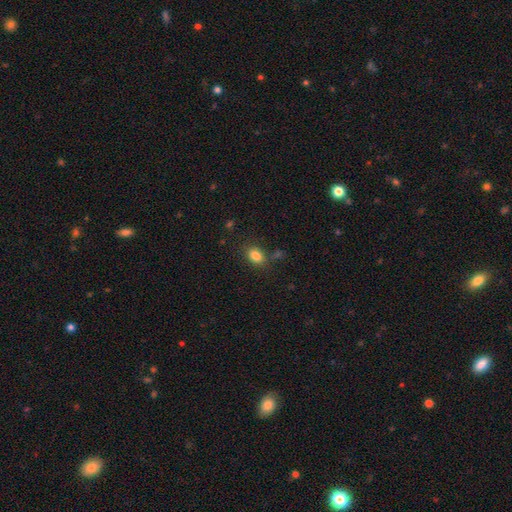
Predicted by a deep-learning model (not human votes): This appears to be a smooth galaxy with no disk features (83%) that is in between round and cigar-shaped (73%). Merging: none (76%).